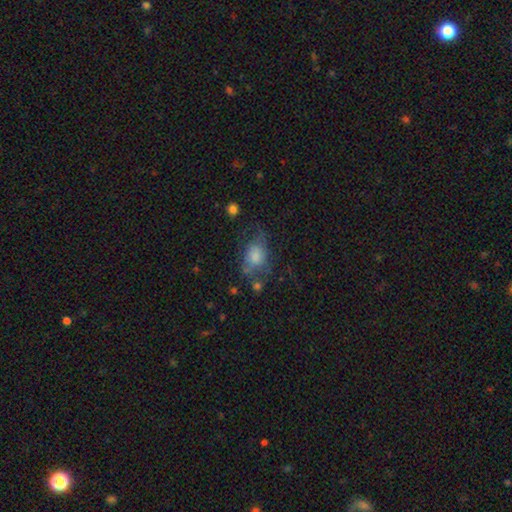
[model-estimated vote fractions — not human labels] A smooth galaxy with no disk features (56%) that is in between round and cigar-shaped (73%). Merging: none (44%).